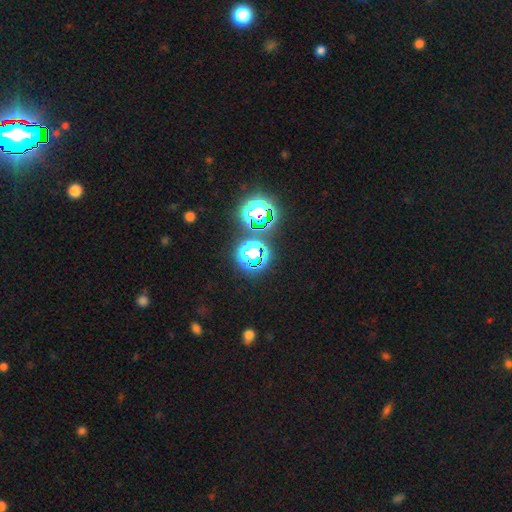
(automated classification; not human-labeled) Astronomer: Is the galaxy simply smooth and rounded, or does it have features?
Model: star or artifact — 65%.